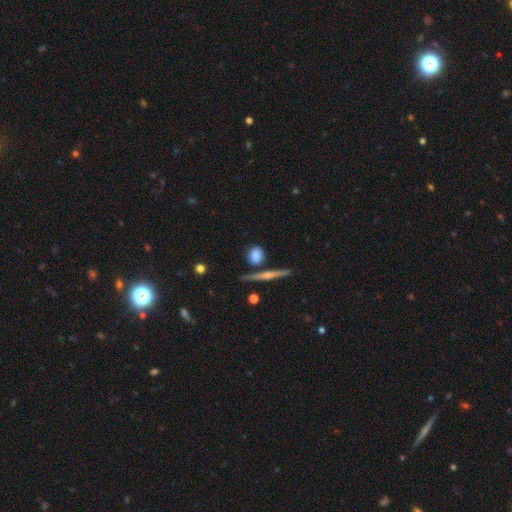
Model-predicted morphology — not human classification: The model was most divided on "how rounded": round: 55%, in between: 33%, cigar-shaped: 12%. More confident: smooth or featured — smooth (75%); merging — none (68%).